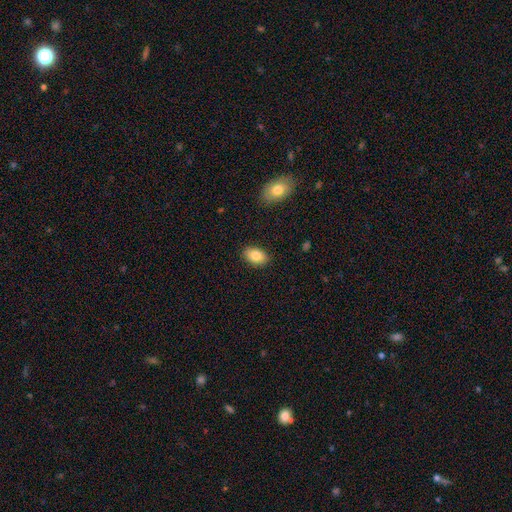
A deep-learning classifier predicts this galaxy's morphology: Overall: smooth (84%). How rounded: in between (89%). Merging: none (88%).